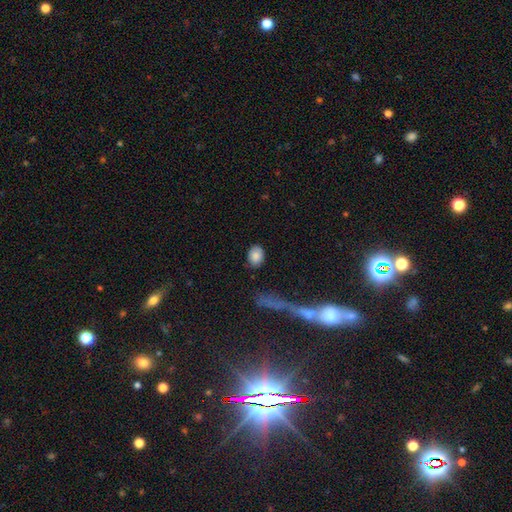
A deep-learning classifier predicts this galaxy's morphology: smooth_or_featured: smooth (p=0.84) [alt: star or artifact p=0.08]
how_rounded: in between (p=0.65) [alt: round p=0.33]
merging: none (p=0.81) [alt: minor disturbance p=0.13]